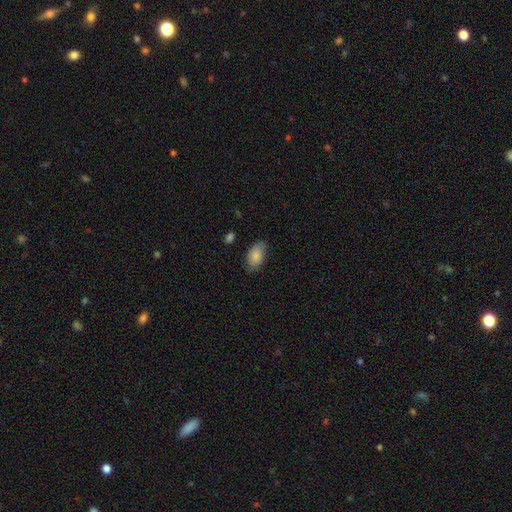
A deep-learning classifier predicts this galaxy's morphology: A smooth galaxy with no disk features (84%) that is in between round and cigar-shaped (92%). Merging: none (74%).